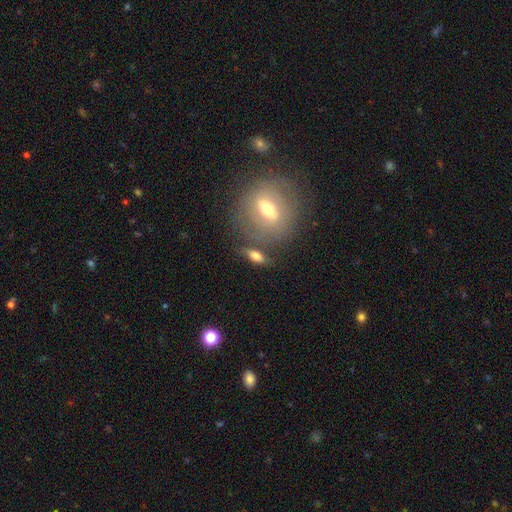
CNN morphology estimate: Smooth or featured? Predicted: smooth (p=0.65). How rounded? Predicted: in between (p=0.66). Merging? Predicted: none (p=0.65).